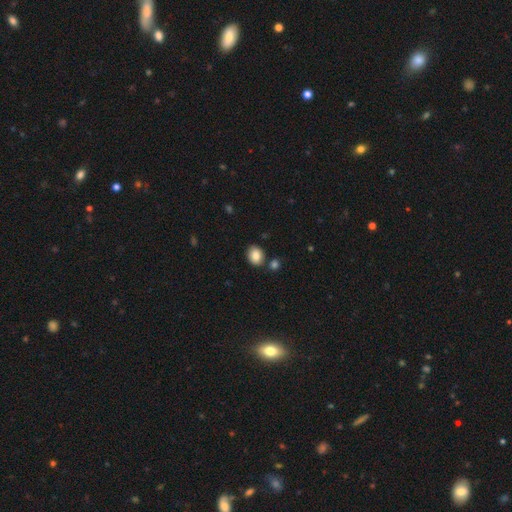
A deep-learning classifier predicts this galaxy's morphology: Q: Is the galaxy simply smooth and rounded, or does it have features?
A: smooth — 85%.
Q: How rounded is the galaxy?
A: in between — 51%.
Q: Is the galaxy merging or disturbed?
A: none — 77%.